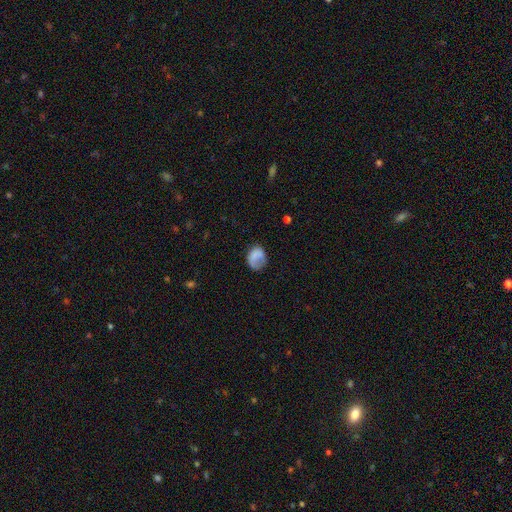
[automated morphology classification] A smooth galaxy with no disk features (73%) that is round (53%). Merging: none (48%).